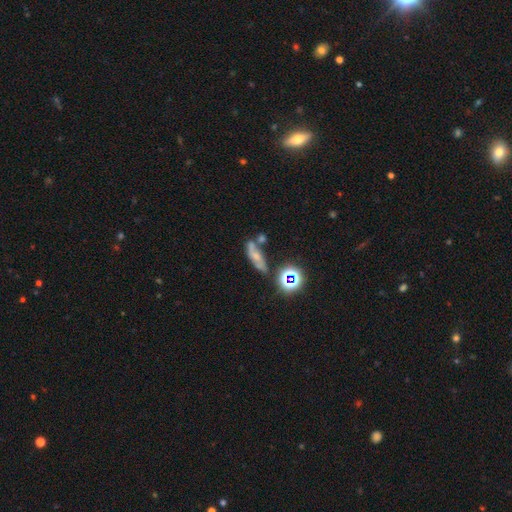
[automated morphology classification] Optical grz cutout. It shows a featured or disk galaxy (40%). Merging: none (47%).